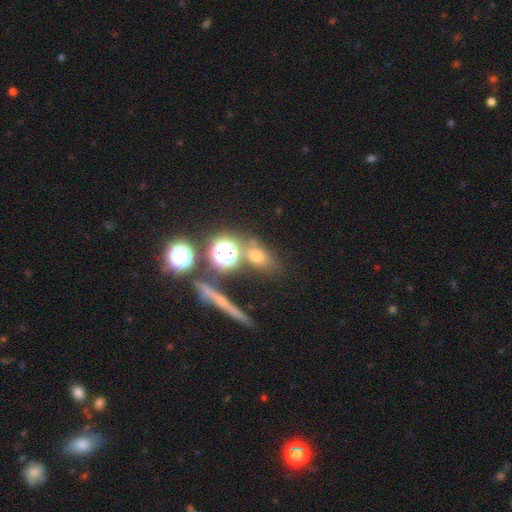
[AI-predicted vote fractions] A smooth galaxy with no disk features (54%) that is round (55%). Merging: none (70%).